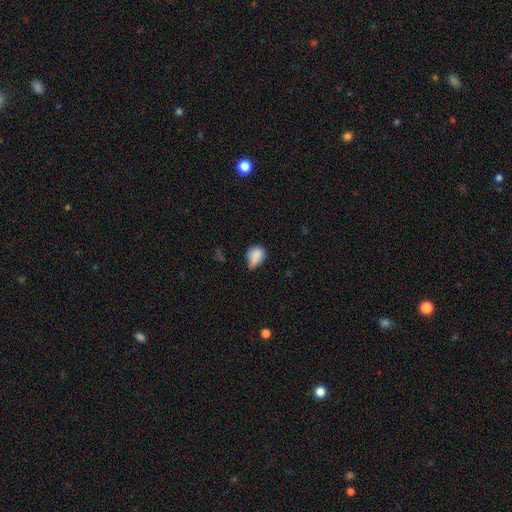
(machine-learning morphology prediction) A smooth galaxy with no disk features (82%) that is in between round and cigar-shaped (62%). Merging: minor disturbance (50%).